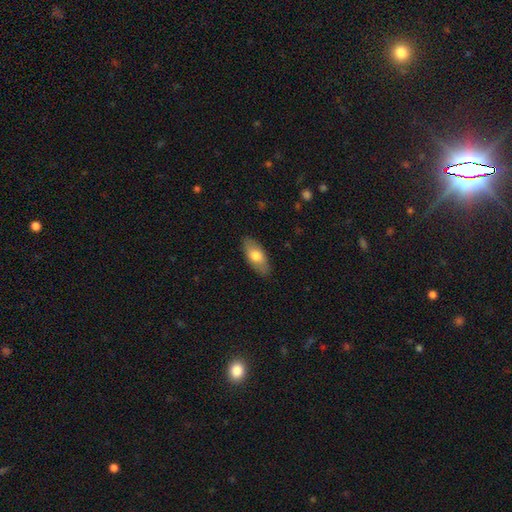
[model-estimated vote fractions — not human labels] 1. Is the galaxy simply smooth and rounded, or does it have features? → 73% smooth, 21% featured or disk, 6% star or artifact.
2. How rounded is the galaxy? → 86% in between, 11% cigar-shaped, 3% round.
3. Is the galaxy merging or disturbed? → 86% none, 11% minor disturbance, 2% major disturbance, 1% merger.